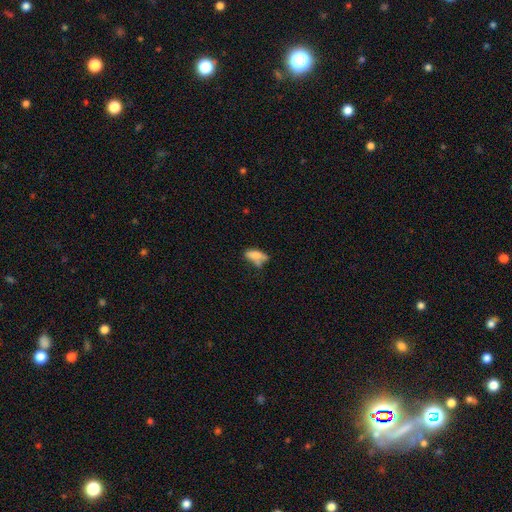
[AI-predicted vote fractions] Smooth or featured? smooth (71%)
How rounded? in between (80%)
Merging? none (39%)